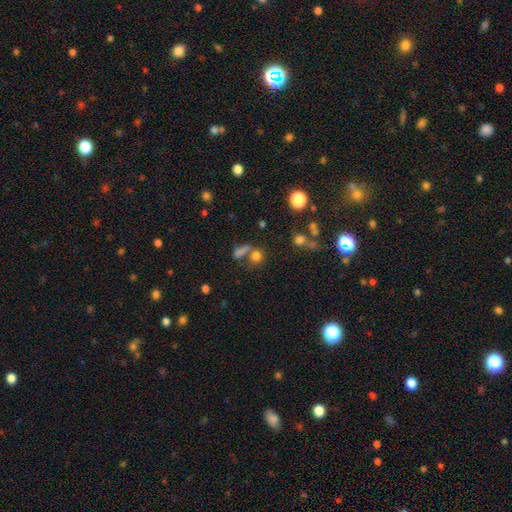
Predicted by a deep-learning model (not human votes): Overall: smooth (71%). How rounded: round (74%). Merging: none (54%; merger 28%).